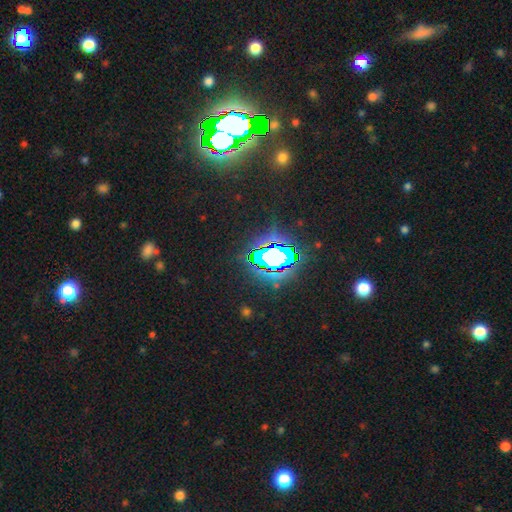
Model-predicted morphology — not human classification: smooth-or-featured: star or artifact: 73% | smooth: 16% | featured or disk: 11%